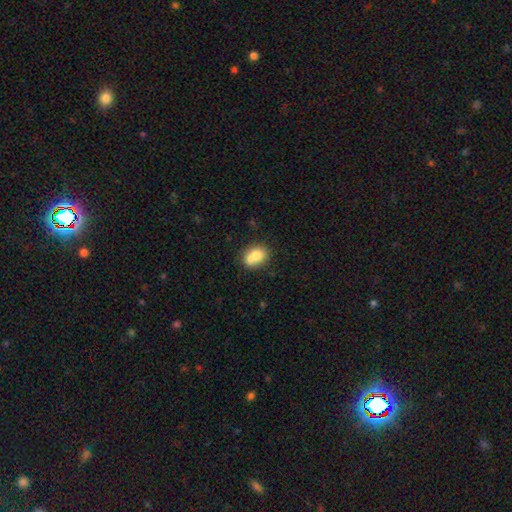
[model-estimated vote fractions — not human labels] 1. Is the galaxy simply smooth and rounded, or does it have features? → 73% smooth, 18% featured or disk, 10% star or artifact.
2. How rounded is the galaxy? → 52% round, 47% in between, 1% cigar-shaped.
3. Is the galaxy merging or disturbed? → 44% merger, 39% none, 13% minor disturbance, 4% major disturbance.